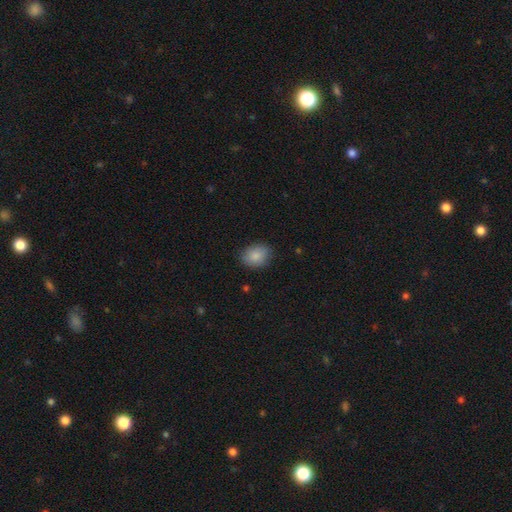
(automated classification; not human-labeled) Smooth or featured? Predicted: smooth (p=0.86). How rounded? Predicted: in between (p=0.60). Merging? Predicted: none (p=0.82).